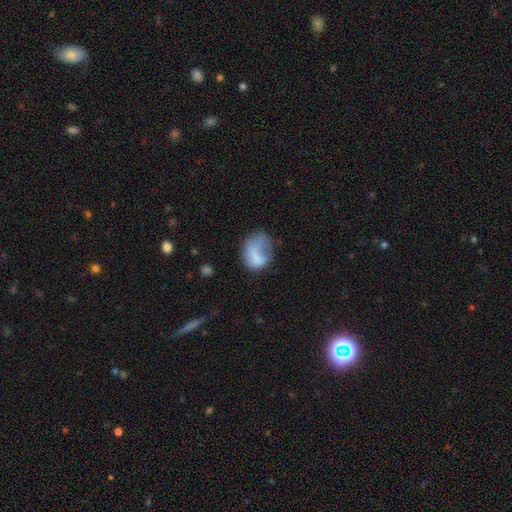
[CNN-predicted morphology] Smooth or featured?
  - smooth: 67% *
  - featured or disk: 24%
  - star or artifact: 9%
How rounded?
  - in between: 62% *
  - round: 36%
  - cigar-shaped: 1%
Merging?
  - major disturbance: 39% *
  - none: 28%
  - minor disturbance: 27%
  - merger: 6%